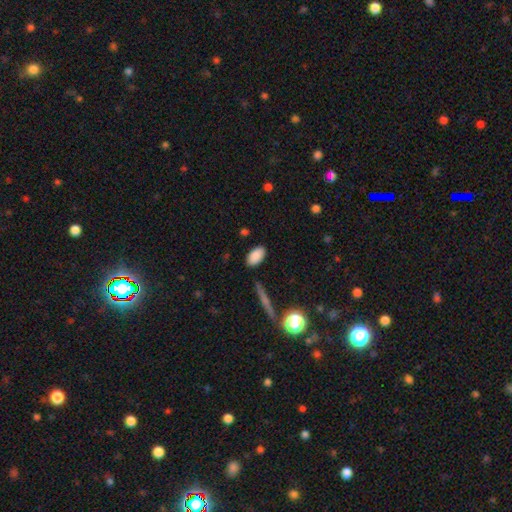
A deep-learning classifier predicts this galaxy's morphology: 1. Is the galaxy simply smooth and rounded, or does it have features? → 87% smooth, 8% star or artifact, 5% featured or disk.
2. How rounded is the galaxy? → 93% in between, 4% round, 3% cigar-shaped.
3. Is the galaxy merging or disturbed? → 86% none, 10% minor disturbance, 3% major disturbance, 2% merger.